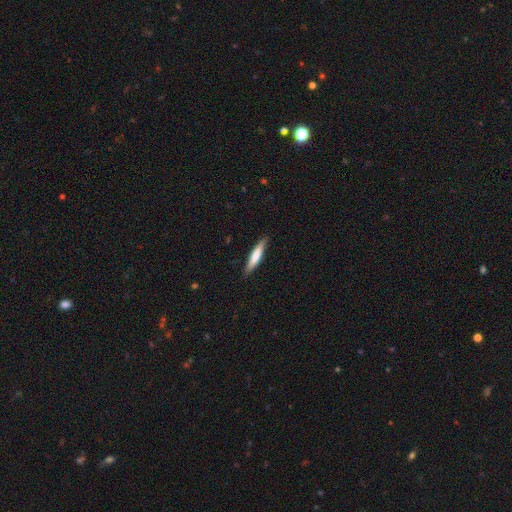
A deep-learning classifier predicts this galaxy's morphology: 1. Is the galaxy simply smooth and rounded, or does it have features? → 65% smooth, 29% featured or disk, 5% star or artifact.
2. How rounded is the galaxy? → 88% cigar-shaped, 11% in between, 1% round.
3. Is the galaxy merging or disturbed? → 88% none, 9% minor disturbance, 2% major disturbance, 1% merger.